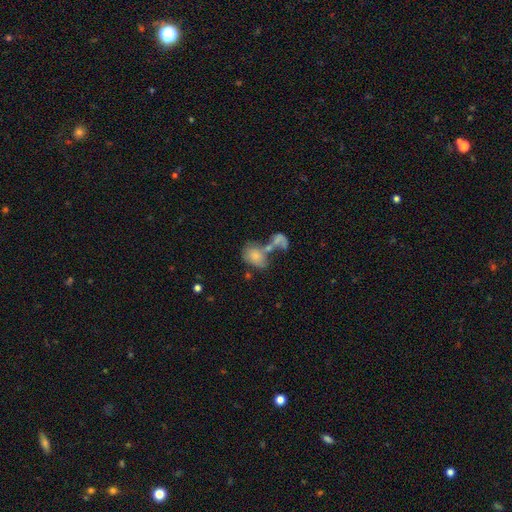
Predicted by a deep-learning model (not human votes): A smooth galaxy with no disk features (69%) that is in between round and cigar-shaped (79%). Merging: merger (53%).